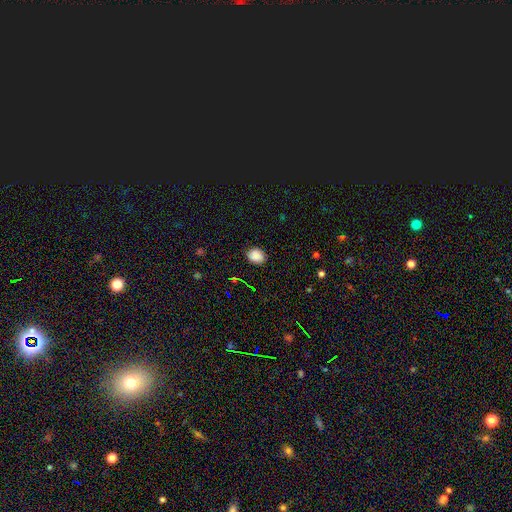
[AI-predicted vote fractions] smooth-or-featured: smooth: 86% | star or artifact: 10% | featured or disk: 4%
  how-rounded: round: 50% | in between: 49% | cigar-shaped: 1%
  merging: none: 85% | minor disturbance: 11% | major disturbance: 2% | merger: 1%